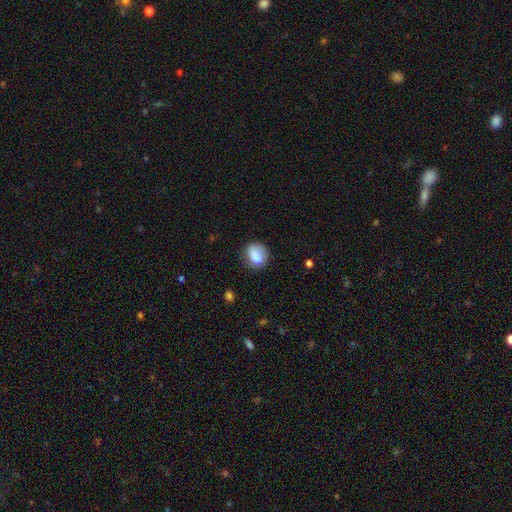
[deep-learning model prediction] smooth_or_featured: smooth (p=0.83) [alt: featured or disk p=0.09]
how_rounded: round (p=0.53) [alt: in between p=0.46]
merging: none (p=0.67) [alt: minor disturbance p=0.23]